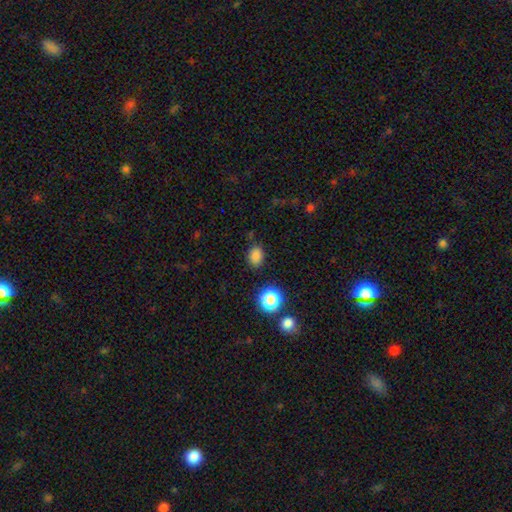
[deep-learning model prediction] smooth-or-featured: smooth: 80% | star or artifact: 15% | featured or disk: 5%
  how-rounded: in between: 58% | round: 41% | cigar-shaped: 1%
  merging: none: 80% | minor disturbance: 13% | major disturbance: 4% | merger: 3%